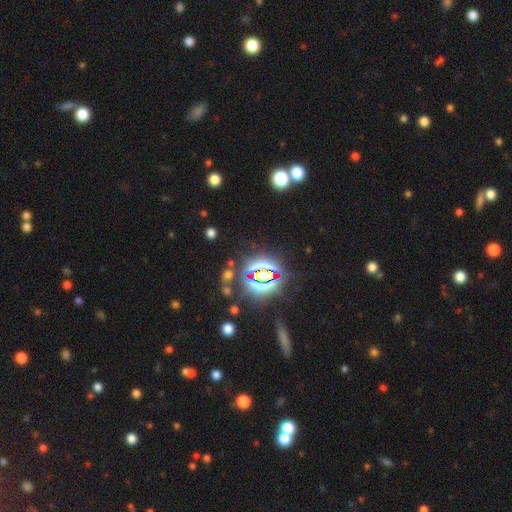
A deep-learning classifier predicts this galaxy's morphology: The model was most divided on "smooth or featured": star or artifact: 80%, smooth: 12%, featured or disk: 7%.